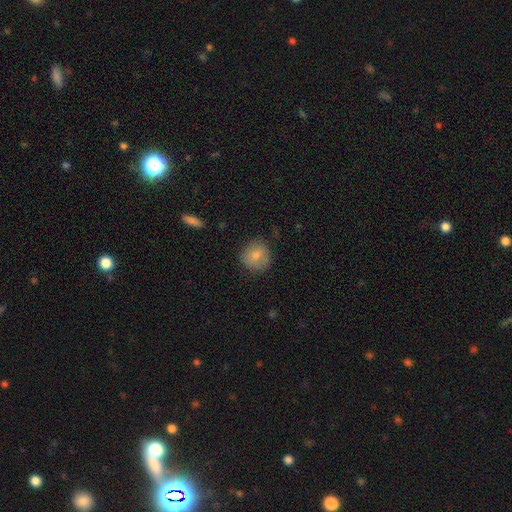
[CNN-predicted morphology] Overall: smooth (81%). How rounded: round (88%). Merging: none (79%).